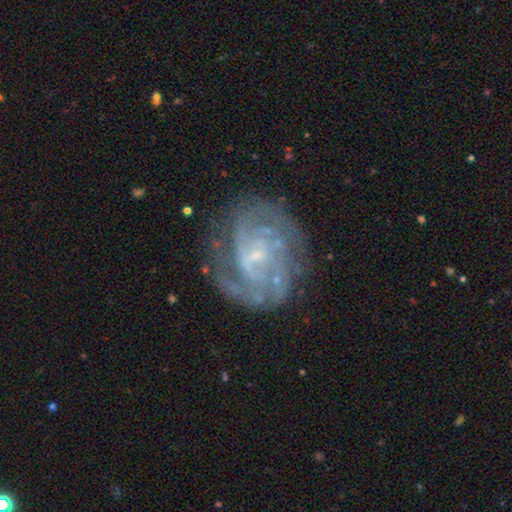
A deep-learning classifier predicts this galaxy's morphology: Smooth or featured?
  - featured or disk: 87% *
  - smooth: 7%
  - star or artifact: 7%
Edge-on disk?
  - no: 98% *
  - yes: 2%
Bar?
  - weak: 47% *
  - no: 41%
  - strong: 12%
Spiral arms?
  - yes: 94% *
  - no: 6%
Spiral winding?
  - tight: 56% *
  - medium: 36%
  - loose: 9%
Spiral arm count?
  - can't tell: 30% *
  - 2: 26%
  - 3: 20%
  - 4: 11%
  - more than 4: 7%
  - 1: 6%
Bulge size?
  - small: 73% *
  - moderate: 13%
  - none: 12%
  - large: 1%
  - dominant: 1%
Merging?
  - none: 71% *
  - minor disturbance: 17%
  - major disturbance: 11%
  - merger: 2%